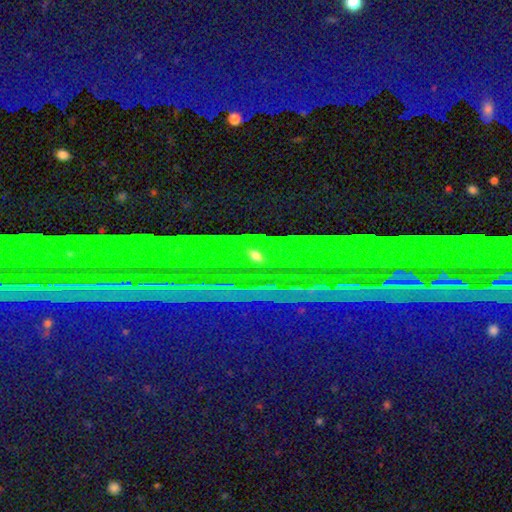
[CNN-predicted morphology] A star or artifact, not a galaxy (65%).